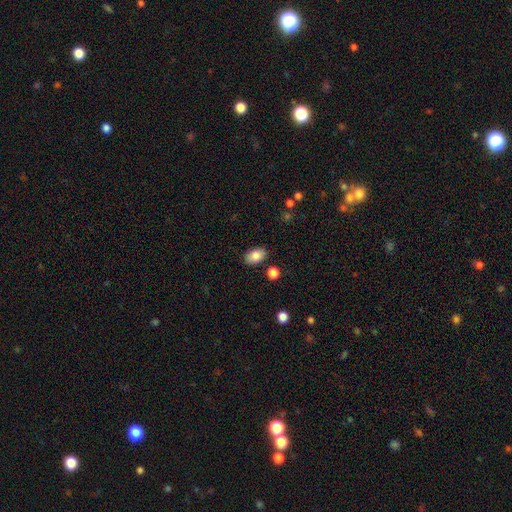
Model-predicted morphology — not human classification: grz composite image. It shows a smooth galaxy with no disk features (84%) that is in between round and cigar-shaped (89%). Merging: none (85%).